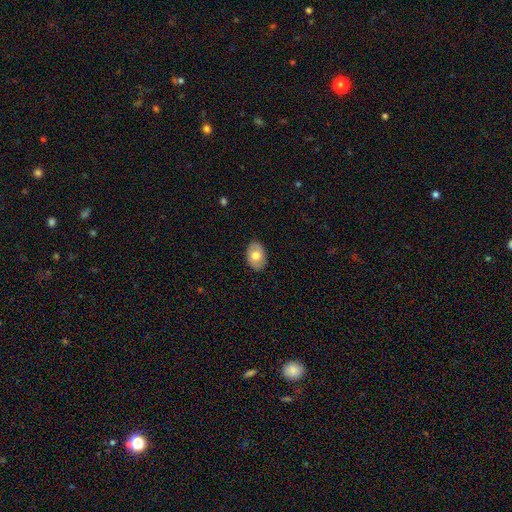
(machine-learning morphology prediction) Overall: smooth (68%). How rounded: in between (82%). Merging: none (86%).